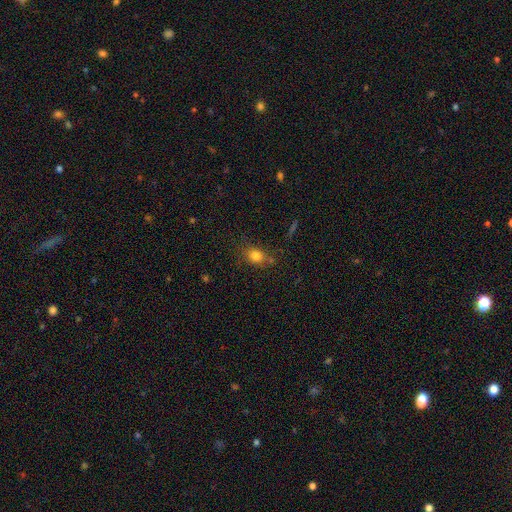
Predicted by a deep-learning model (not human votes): Q: Smooth or featured?
A: smooth (80%); runner-up: star or artifact (13%)
Q: How rounded?
A: in between (49%); tied with: round (49%)
Q: Merging?
A: none (70%); runner-up: minor disturbance (18%)